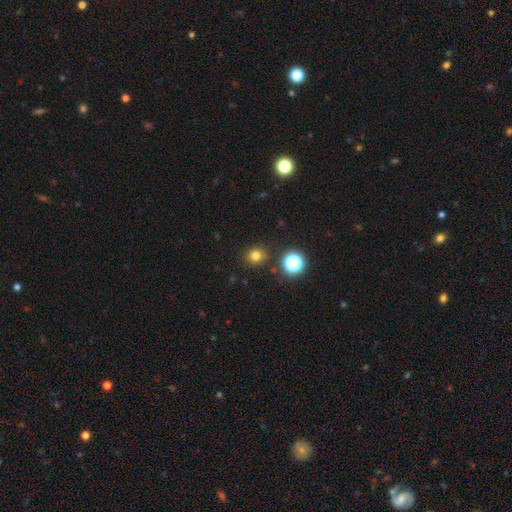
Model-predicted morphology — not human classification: A smooth galaxy with no disk features (76%) that is round (87%). Merging: none (88%).